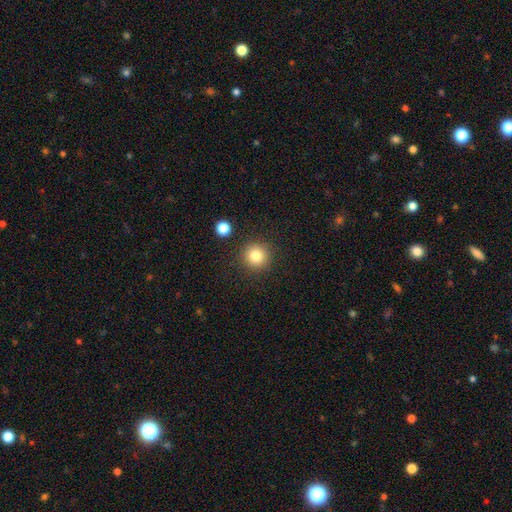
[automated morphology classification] A smooth galaxy with no disk features (82%) that is round (95%). Merging: none (88%).